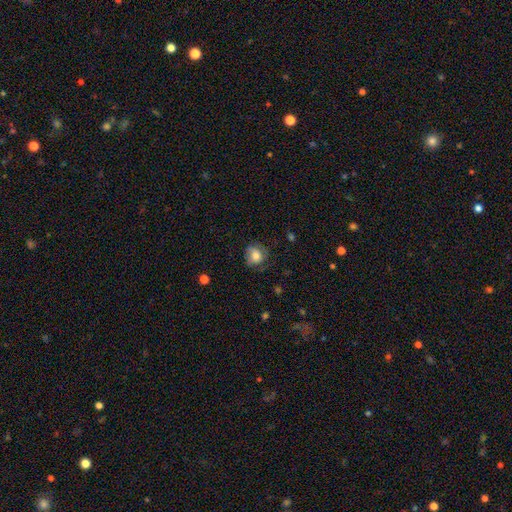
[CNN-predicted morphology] smooth_or_featured: smooth (p=0.65) [alt: featured or disk p=0.26]
how_rounded: round (p=0.78) [alt: in between p=0.21]
merging: none (p=0.65) [alt: minor disturbance p=0.23]